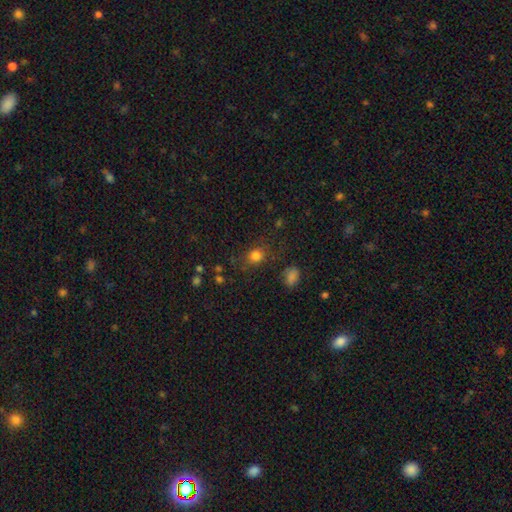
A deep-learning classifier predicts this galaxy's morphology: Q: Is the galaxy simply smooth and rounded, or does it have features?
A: smooth — 79%.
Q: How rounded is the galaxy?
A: round — 73%.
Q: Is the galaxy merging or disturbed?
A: none — 75%.